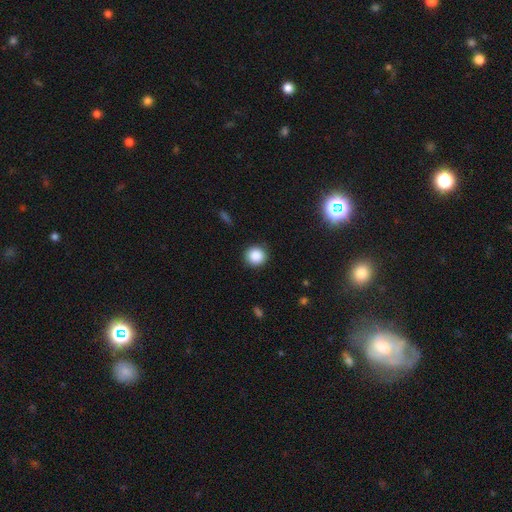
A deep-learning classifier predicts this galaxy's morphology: Smooth or featured?
  - smooth: 87% *
  - star or artifact: 10%
  - featured or disk: 3%
How rounded?
  - round: 93% *
  - in between: 6%
  - cigar-shaped: 1%
Merging?
  - none: 90% *
  - minor disturbance: 7%
  - major disturbance: 2%
  - merger: 1%